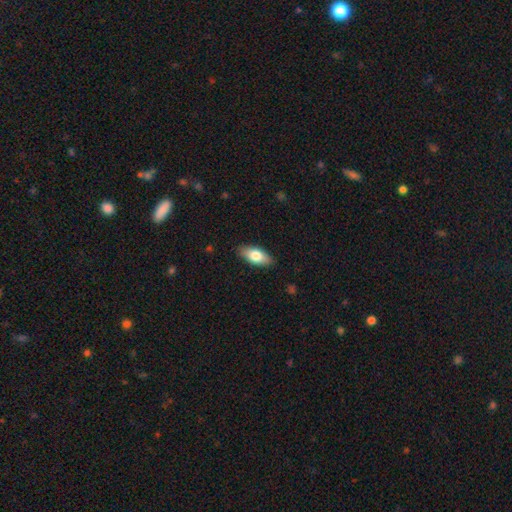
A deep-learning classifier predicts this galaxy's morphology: smooth-or-featured: smooth: 76% | featured or disk: 18% | star or artifact: 6%
  how-rounded: in between: 87% | cigar-shaped: 10% | round: 3%
  merging: none: 87% | minor disturbance: 10% | major disturbance: 2% | merger: 1%